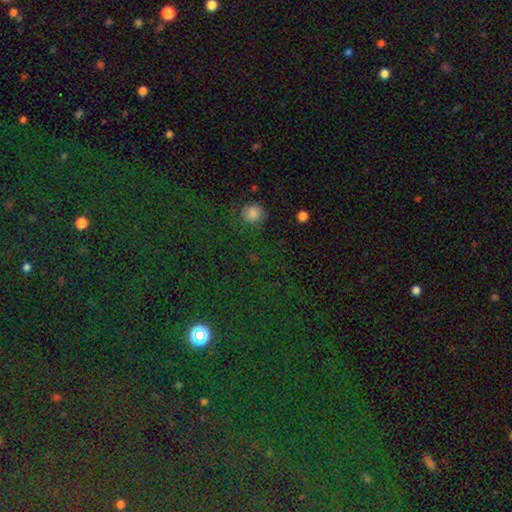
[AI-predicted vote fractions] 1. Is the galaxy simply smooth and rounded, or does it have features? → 77% star or artifact, 14% smooth, 9% featured or disk.